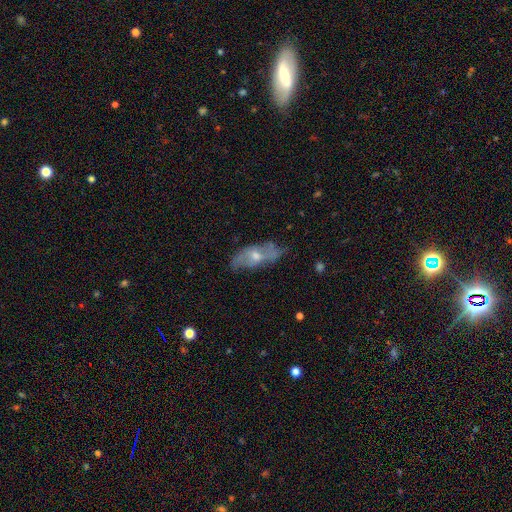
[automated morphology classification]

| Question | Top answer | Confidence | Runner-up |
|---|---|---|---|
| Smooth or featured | featured or disk | 59% | smooth (33%) |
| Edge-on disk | no | 78% | yes (22%) |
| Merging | none | 63% | minor disturbance (25%) |